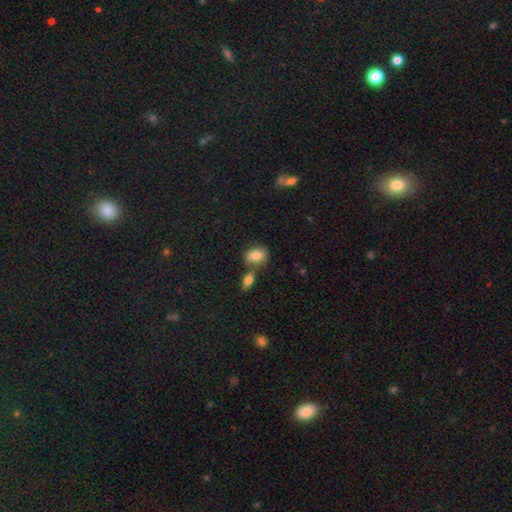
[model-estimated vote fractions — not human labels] A smooth galaxy with no disk features (80%) that is in between round and cigar-shaped (63%). Merging: none (58%).